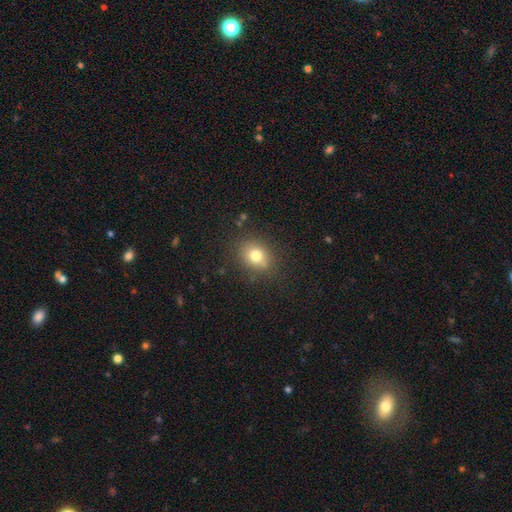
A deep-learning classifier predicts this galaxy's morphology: smooth 77%, star or artifact 13%, featured or disk 11%. Down the decision tree: how rounded — round (59%); merging — none (79%).